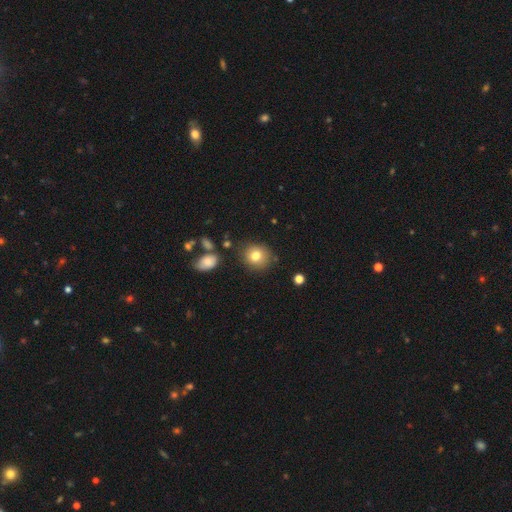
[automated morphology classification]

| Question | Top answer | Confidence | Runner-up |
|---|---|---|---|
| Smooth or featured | smooth | 79% | star or artifact (11%) |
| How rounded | round | 81% | in between (18%) |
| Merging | none | 82% | minor disturbance (11%) |